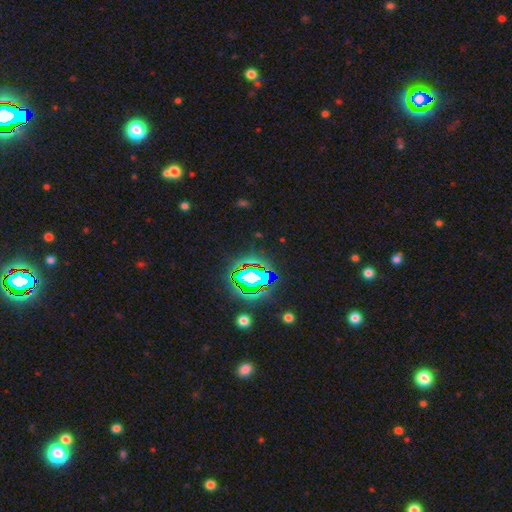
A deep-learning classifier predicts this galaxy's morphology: This is clearly a star or artifact rather than a galaxy (81%).